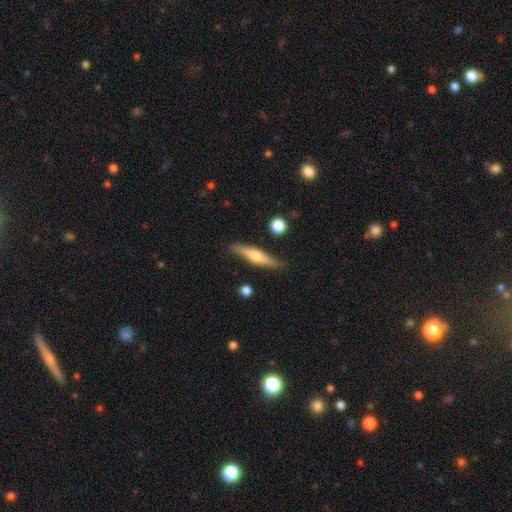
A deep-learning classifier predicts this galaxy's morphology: smooth_or_featured: featured or disk (p=0.51) [alt: smooth p=0.43]
disk_edge_on: yes (p=0.92) [alt: no p=0.08]
merging: none (p=0.86) [alt: minor disturbance p=0.10]